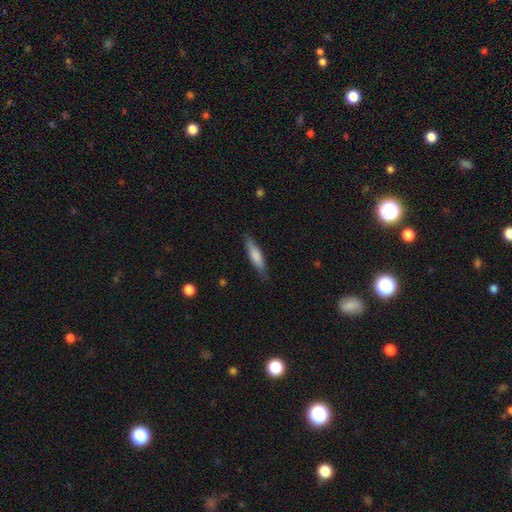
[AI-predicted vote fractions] Smooth or featured: smooth — 77% (featured or disk — 18%)
How rounded: cigar-shaped — 76% (in between — 23%)
Merging: none — 82% (minor disturbance — 14%)